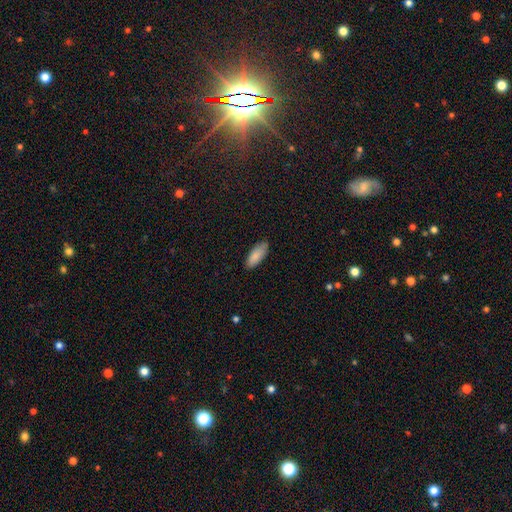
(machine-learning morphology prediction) Smooth or featured? Predicted: smooth (p=0.88). How rounded? Predicted: in between (p=0.76). Merging? Predicted: none (p=0.85).